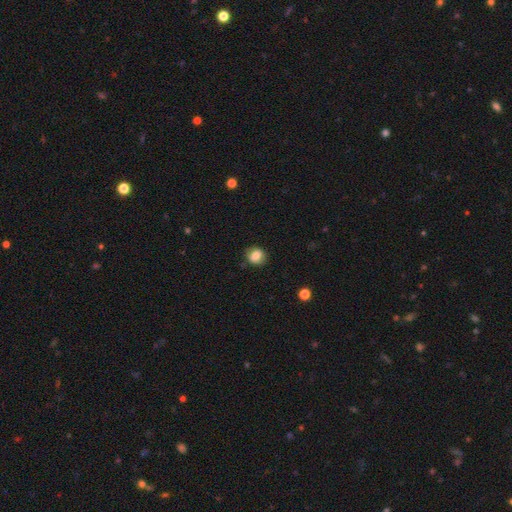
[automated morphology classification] This is likely a smooth galaxy (79%). How rounded: likely round (68%). Merging: clearly none (81%).